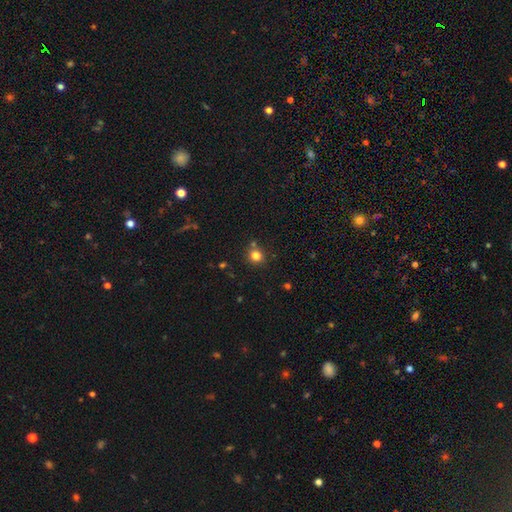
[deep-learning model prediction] Smooth or featured: smooth — 80% (star or artifact — 14%)
How rounded: round — 87% (in between — 12%)
Merging: none — 78% (merger — 10%)